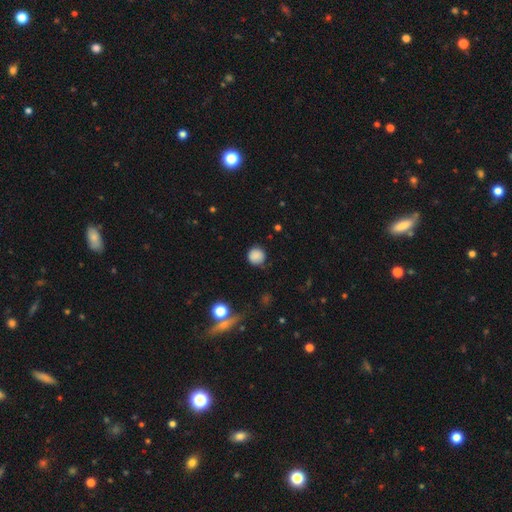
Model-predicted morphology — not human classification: A smooth galaxy with no disk features (85%) that is round (93%).

Vote fractions:
- Smooth or featured? smooth: 85% / star or artifact: 10% / featured or disk: 5%
- How rounded? round: 93% / in between: 6% / cigar-shaped: 1%
- Merging? none: 81% / minor disturbance: 14% / major disturbance: 4% / merger: 2%